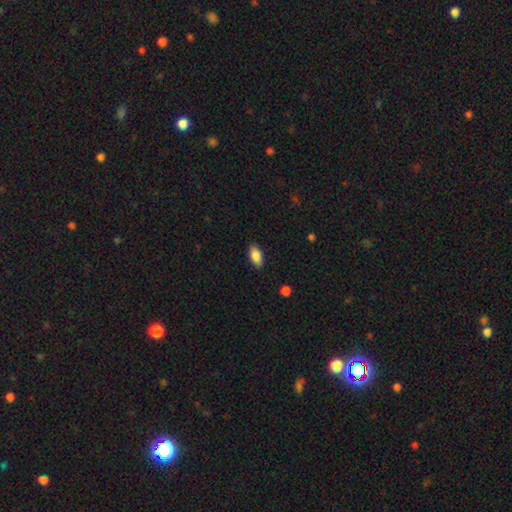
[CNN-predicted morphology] This appears to be a smooth galaxy with no disk features (86%) that is in between round and cigar-shaped (91%). Merging: none (87%).